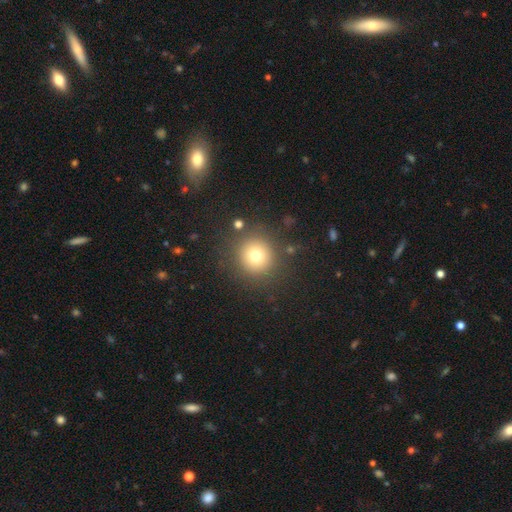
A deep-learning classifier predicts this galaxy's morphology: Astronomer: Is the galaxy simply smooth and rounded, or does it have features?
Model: smooth — 74%.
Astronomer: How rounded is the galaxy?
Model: round — 93%.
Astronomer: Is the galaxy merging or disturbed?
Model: none — 86%.